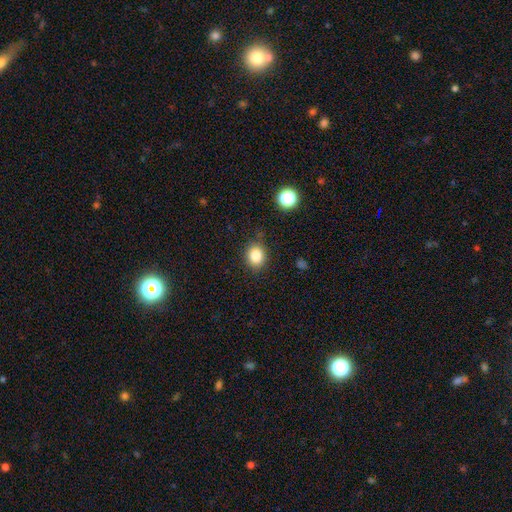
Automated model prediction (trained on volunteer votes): smooth-or-featured: smooth: 84% | star or artifact: 11% | featured or disk: 6%
  how-rounded: round: 59% | in between: 40% | cigar-shaped: 1%
  merging: none: 84% | minor disturbance: 11% | major disturbance: 3% | merger: 2%